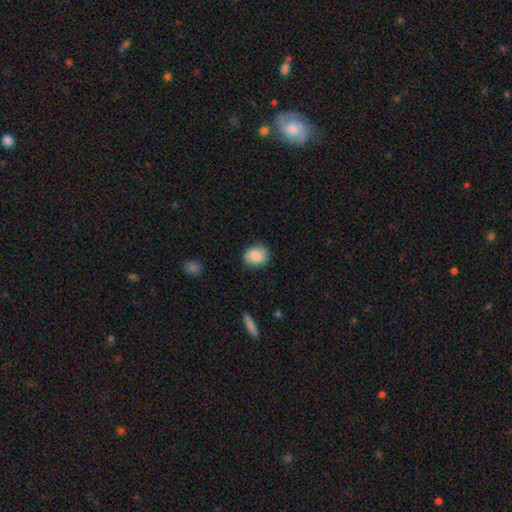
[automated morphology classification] smooth_or_featured: smooth (p=0.83) [alt: featured or disk p=0.10]
how_rounded: round (p=0.56) [alt: in between p=0.43]
merging: none (p=0.77) [alt: minor disturbance p=0.18]